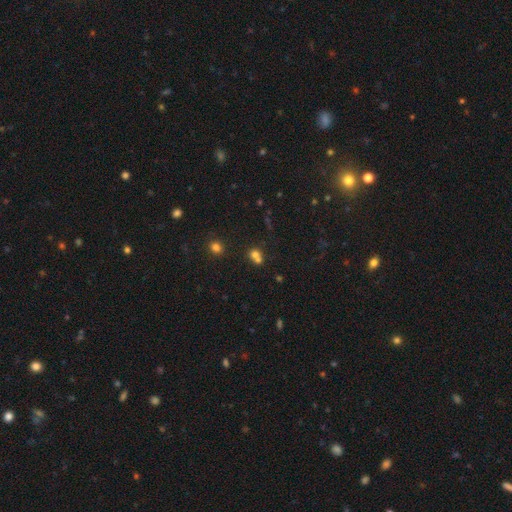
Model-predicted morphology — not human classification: A smooth galaxy with no disk features (67%) that is round (73%).

Vote fractions:
- Smooth or featured? smooth: 67% / star or artifact: 19% / featured or disk: 14%
- How rounded? round: 73% / in between: 26% / cigar-shaped: 1%
- Merging? merger: 55% / none: 35% / minor disturbance: 7% / major disturbance: 3%